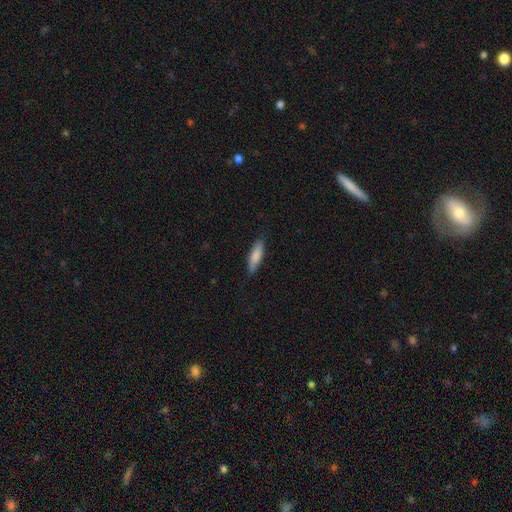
This appears to be a smooth galaxy with no disk features (75%) that is cigar-shaped (63%). Merging: none (84%).